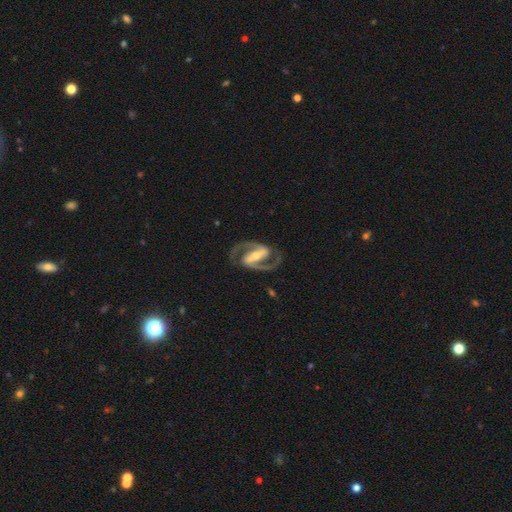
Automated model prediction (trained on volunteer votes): This is clearly a featured or disk galaxy (93%). It is clearly not viewed edge-on (97%). Bar: likely strong (75%). Spiral arm pattern: clearly yes (98%). Spiral arm count: clearly 2 (95%). Spiral winding: likely medium (61%). Central bulge: possibly small (46%, tied with moderate). Merging: clearly none (84%).